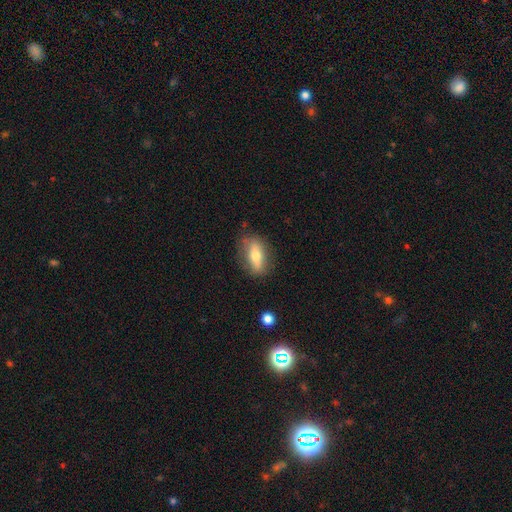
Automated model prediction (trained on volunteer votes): A smooth galaxy with no disk features (58%) that is in between round and cigar-shaped (69%). Merging: none (79%).